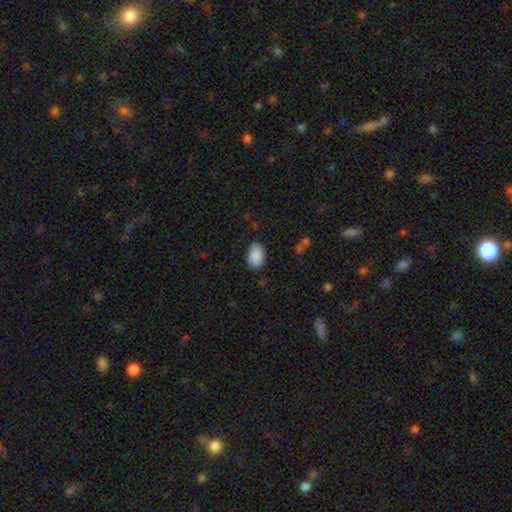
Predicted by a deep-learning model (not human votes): This is clearly a smooth galaxy (89%). How rounded: clearly in between (90%). Merging: likely none (77%).